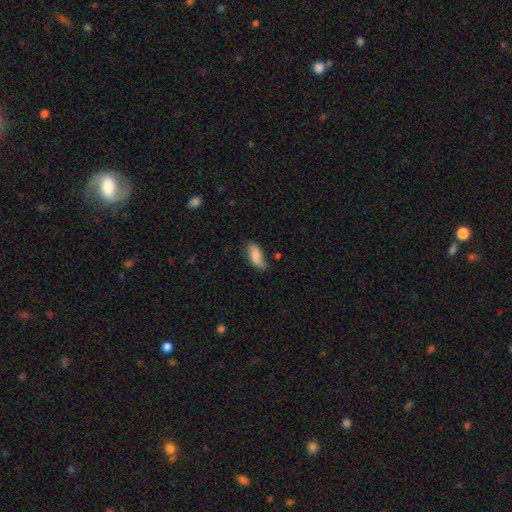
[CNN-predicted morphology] smooth 78%, featured or disk 15%, star or artifact 7%. Down the decision tree: how rounded — in between (86%); merging — none (59%).